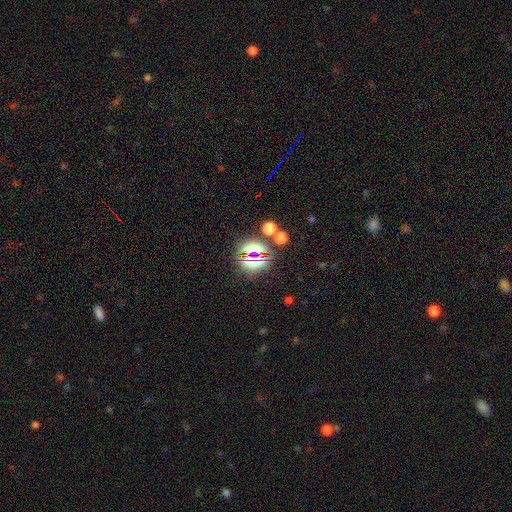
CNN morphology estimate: smooth_or_featured: star or artifact (p=0.67) [alt: smooth p=0.24]